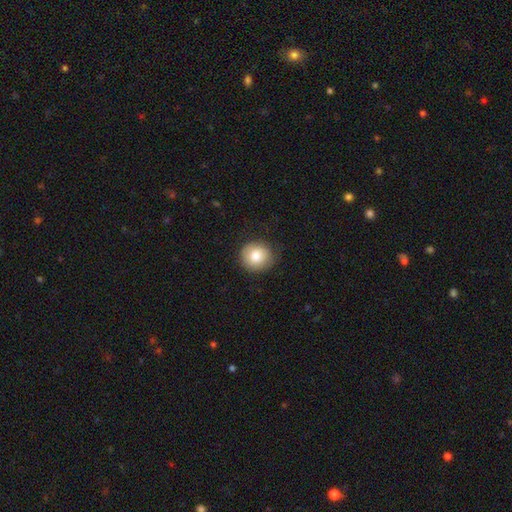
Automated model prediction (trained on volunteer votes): Smooth or featured: smooth — 81% (featured or disk — 11%)
How rounded: round — 88% (in between — 11%)
Merging: none — 80% (minor disturbance — 15%)